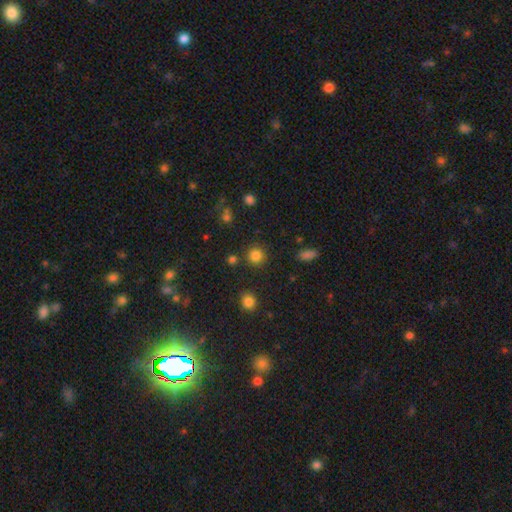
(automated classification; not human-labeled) smooth-or-featured: smooth: 82% | star or artifact: 13% | featured or disk: 5%
  how-rounded: round: 92% | in between: 7% | cigar-shaped: 1%
  merging: none: 86% | minor disturbance: 7% | merger: 4% | major disturbance: 3%